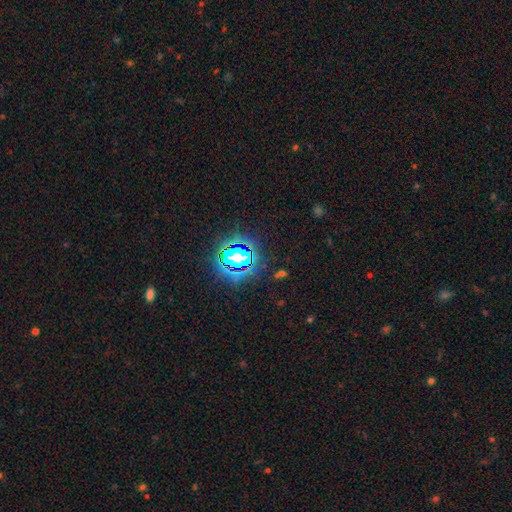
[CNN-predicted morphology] Smooth or featured? star or artifact (81%)